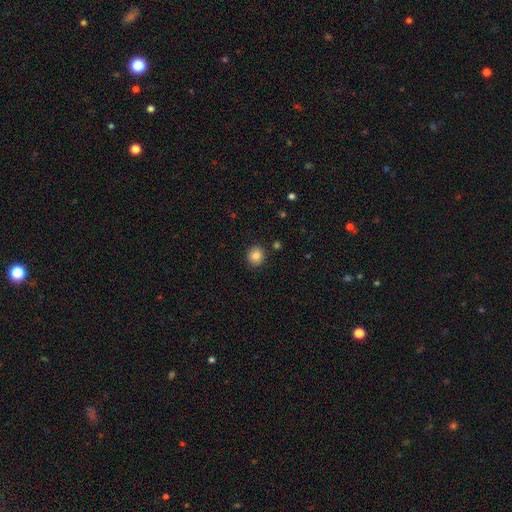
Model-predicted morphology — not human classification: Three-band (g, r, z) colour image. It shows a smooth galaxy with no disk features (84%) that is round (81%). Merging: none (89%).